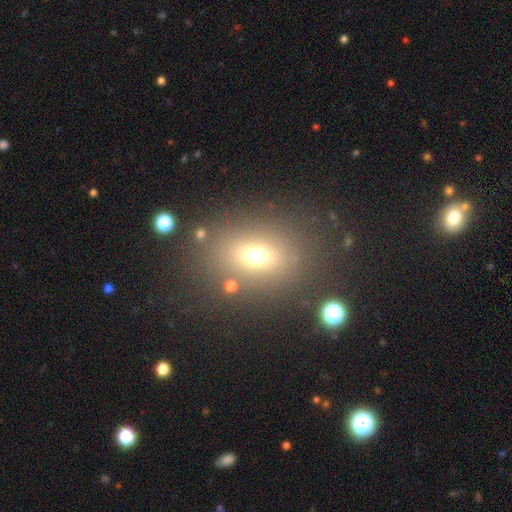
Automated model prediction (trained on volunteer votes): A smooth galaxy with no disk features (66%) that is in between round and cigar-shaped (65%). Merging: none (79%).